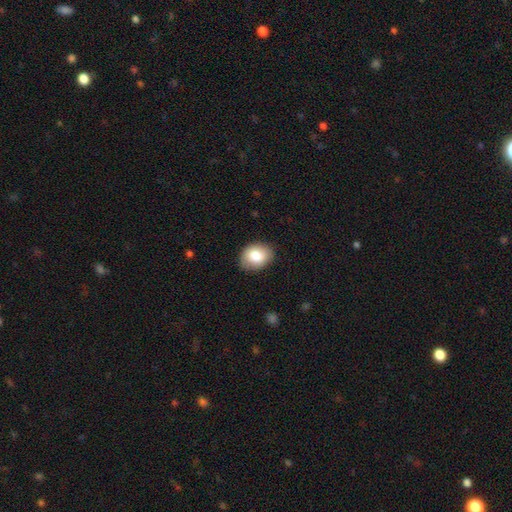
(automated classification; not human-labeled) The model was most divided on "how rounded": in between: 61%, round: 38%, cigar-shaped: 1%. More confident: merging — none (85%); smooth or featured — smooth (82%).